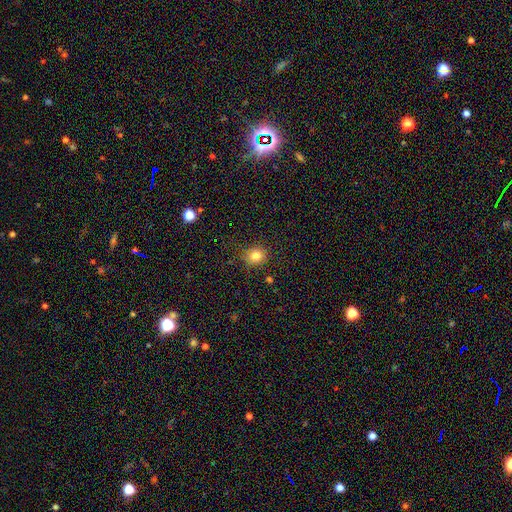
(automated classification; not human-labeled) Smooth or featured? smooth (81%)
How rounded? round (73%)
Merging? none (86%)